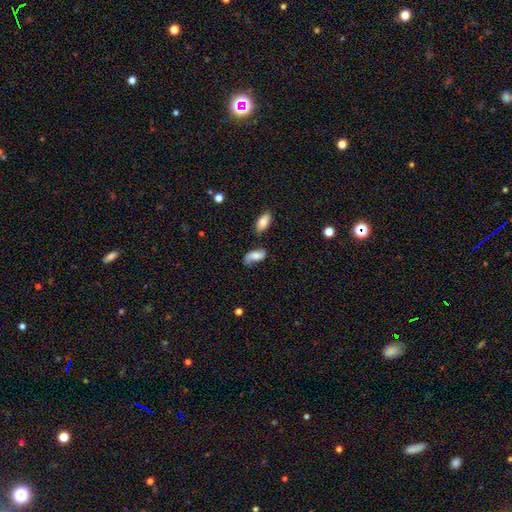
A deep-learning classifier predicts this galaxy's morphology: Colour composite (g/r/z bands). It shows a smooth galaxy with no disk features (55%) that is in between round and cigar-shaped (90%). Merging: none (56%).